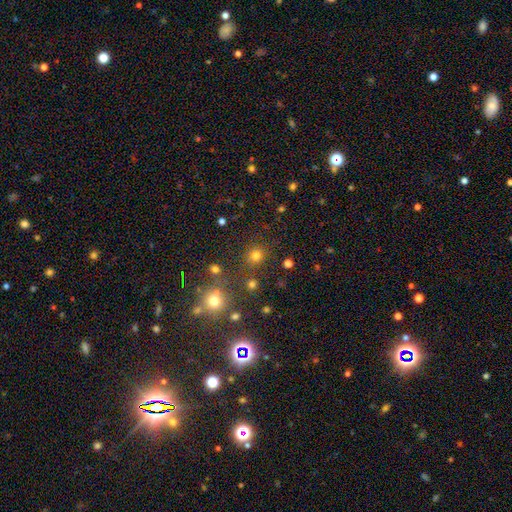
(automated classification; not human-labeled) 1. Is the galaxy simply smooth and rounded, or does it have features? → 74% smooth, 20% star or artifact, 6% featured or disk.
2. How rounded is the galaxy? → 89% round, 10% in between, 1% cigar-shaped.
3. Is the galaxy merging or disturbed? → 80% none, 8% minor disturbance, 8% merger, 4% major disturbance.